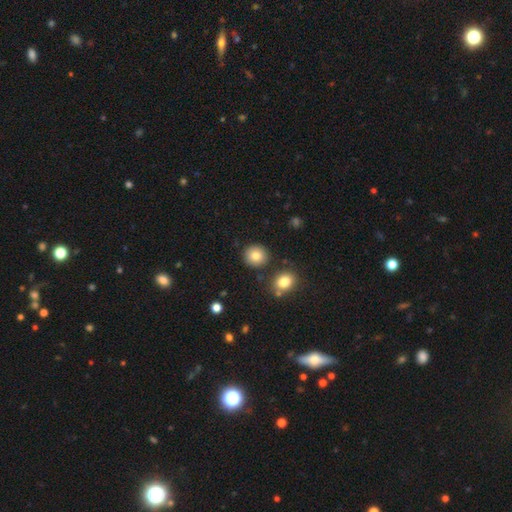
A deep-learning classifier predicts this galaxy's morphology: smooth_or_featured: smooth (p=0.82) [alt: star or artifact p=0.10]
how_rounded: round (p=0.89) [alt: in between p=0.10]
merging: none (p=0.86) [alt: minor disturbance p=0.07]